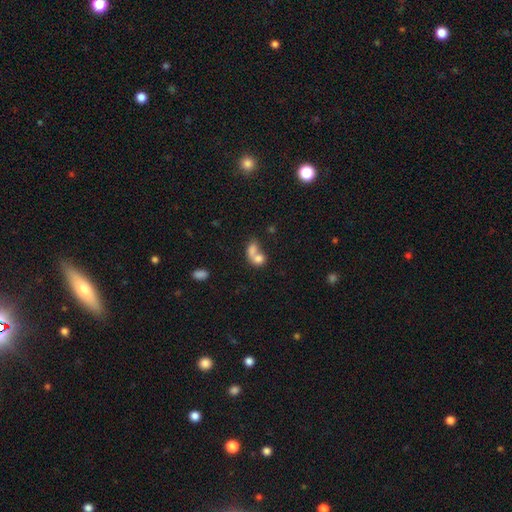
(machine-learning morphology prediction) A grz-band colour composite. It shows a smooth galaxy with no disk features (73%) that is in between round and cigar-shaped (60%). Merging: merger (71%).